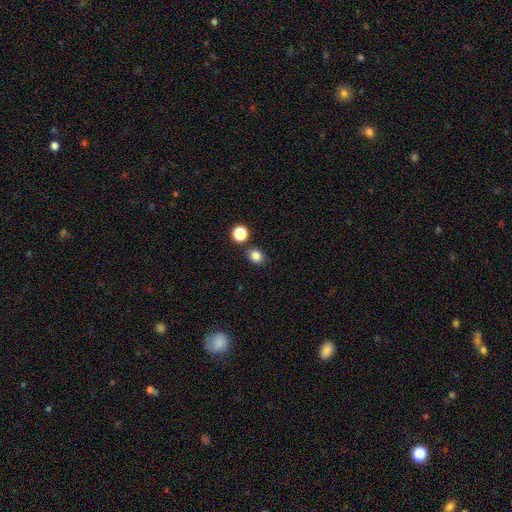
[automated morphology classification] This appears to be a smooth galaxy with no disk features (83%) that is round (63%). Merging: none (80%).